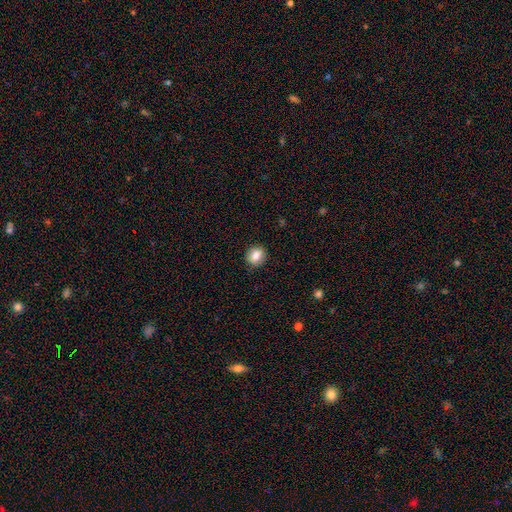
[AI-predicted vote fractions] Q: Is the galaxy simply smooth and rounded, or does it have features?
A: smooth — 81%.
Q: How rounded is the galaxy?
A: round — 77%.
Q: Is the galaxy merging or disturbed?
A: none — 89%.